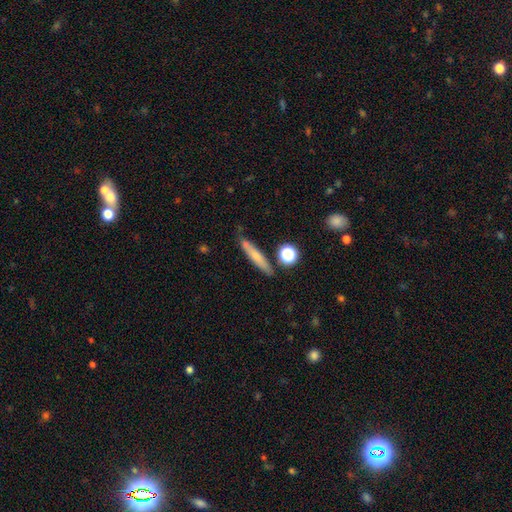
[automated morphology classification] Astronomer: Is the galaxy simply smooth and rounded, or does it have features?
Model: smooth — 64%.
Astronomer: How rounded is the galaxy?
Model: cigar-shaped — 88%.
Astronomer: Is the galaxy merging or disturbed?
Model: none — 79%.